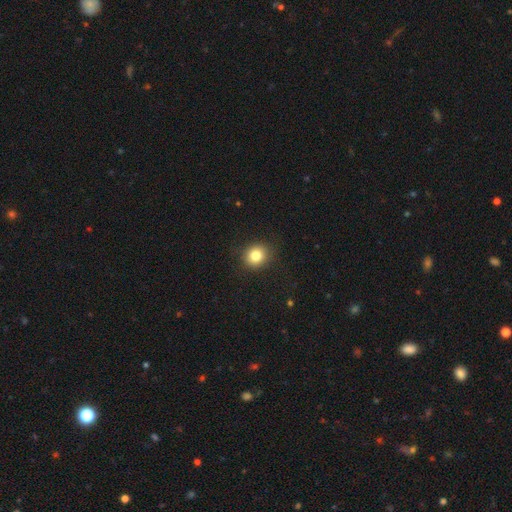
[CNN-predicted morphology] This is clearly a smooth galaxy (82%). How rounded: clearly round (81%). Merging: clearly none (89%).